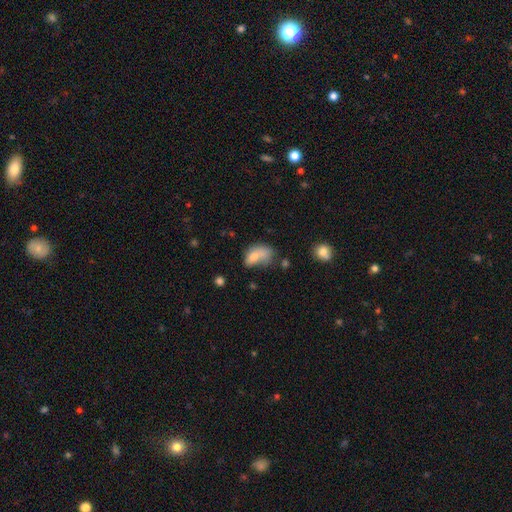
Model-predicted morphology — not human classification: Q: Smooth or featured?
A: smooth (71%); runner-up: featured or disk (18%)
Q: How rounded?
A: in between (84%); runner-up: round (14%)
Q: Merging?
A: major disturbance (27%); runner-up: minor disturbance (26%)